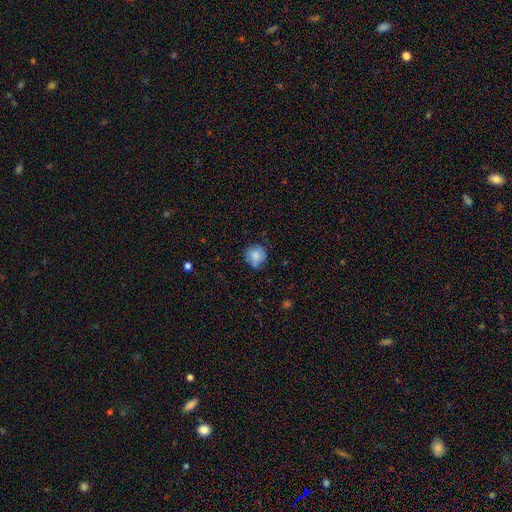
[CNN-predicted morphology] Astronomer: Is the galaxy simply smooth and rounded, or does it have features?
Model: smooth — 80%.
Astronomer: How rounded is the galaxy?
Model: round — 85%.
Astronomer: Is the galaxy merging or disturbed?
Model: none — 72%.